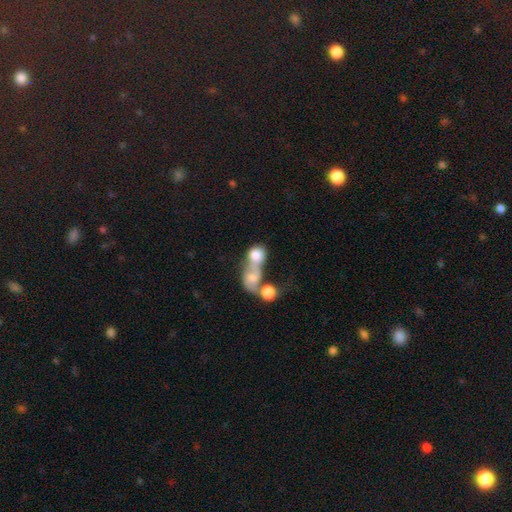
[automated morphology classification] This appears to be a smooth galaxy with no disk features (70%) that is round (61%). Merging: merger (70%).